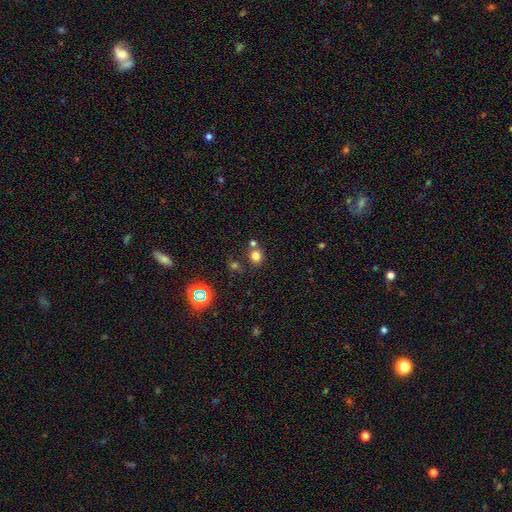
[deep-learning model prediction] This appears to be a smooth galaxy with no disk features (75%) that is round (83%). Merging: none (67%).